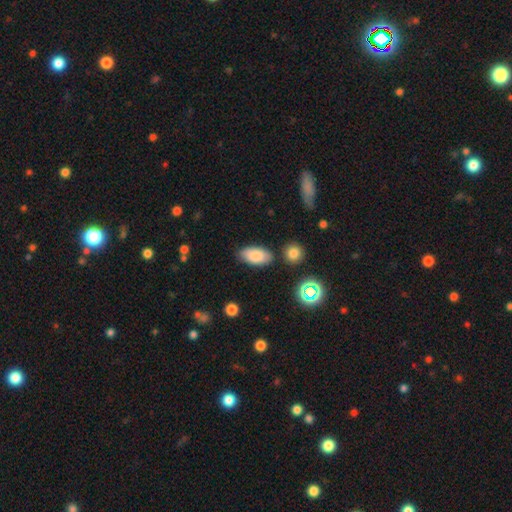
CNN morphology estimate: smooth-or-featured: smooth: 84% | featured or disk: 8% | star or artifact: 8%
  how-rounded: in between: 93% | cigar-shaped: 3% | round: 3%
  merging: none: 80% | minor disturbance: 12% | merger: 5% | major disturbance: 3%